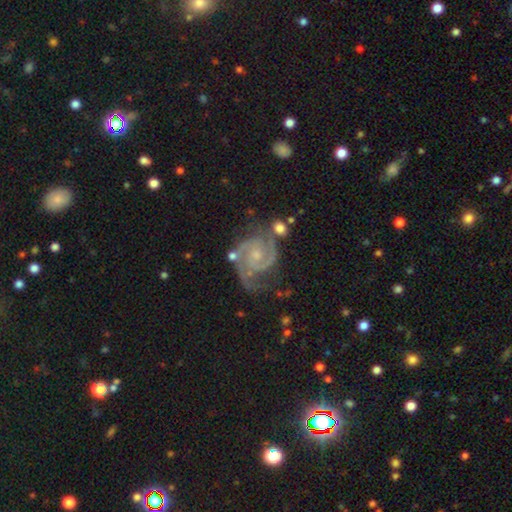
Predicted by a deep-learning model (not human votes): Smooth or featured? Predicted: featured or disk (p=0.91). Edge-on disk? Predicted: no (p=0.98). Bar? Predicted: no (p=0.64). Spiral arms? Predicted: yes (p=0.98). Spiral winding? Predicted: tight (p=0.51). Spiral arm count? Predicted: 2 (p=0.82). Bulge size? Predicted: small (p=0.64). Merging? Predicted: none (p=0.62).